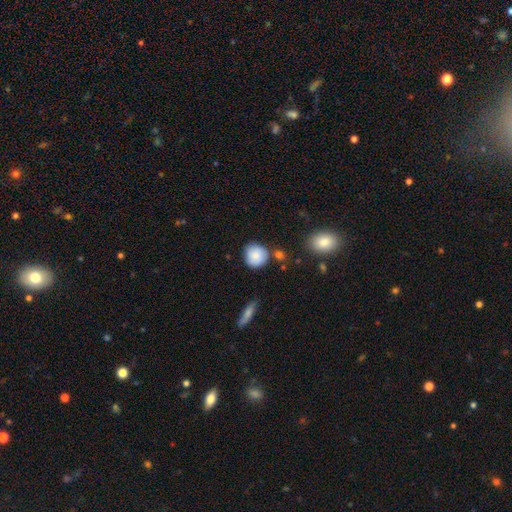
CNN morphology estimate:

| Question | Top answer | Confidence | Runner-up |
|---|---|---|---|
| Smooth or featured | smooth | 83% | featured or disk (9%) |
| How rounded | round | 88% | in between (11%) |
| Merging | none | 73% | minor disturbance (17%) |